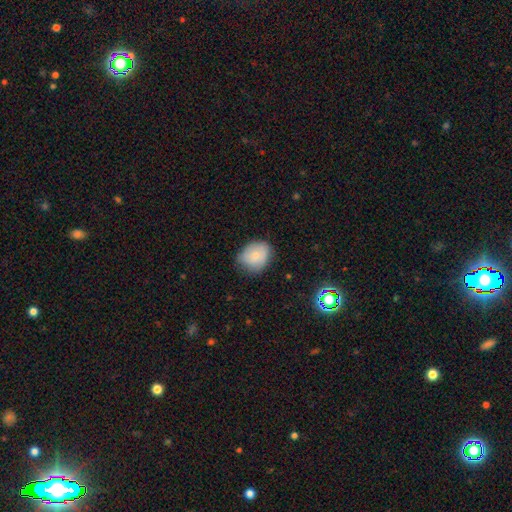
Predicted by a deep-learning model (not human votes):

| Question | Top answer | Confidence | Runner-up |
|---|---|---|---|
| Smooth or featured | smooth | 75% | featured or disk (17%) |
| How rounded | in between | 50% | round (49%) |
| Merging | none | 62% | minor disturbance (30%) |